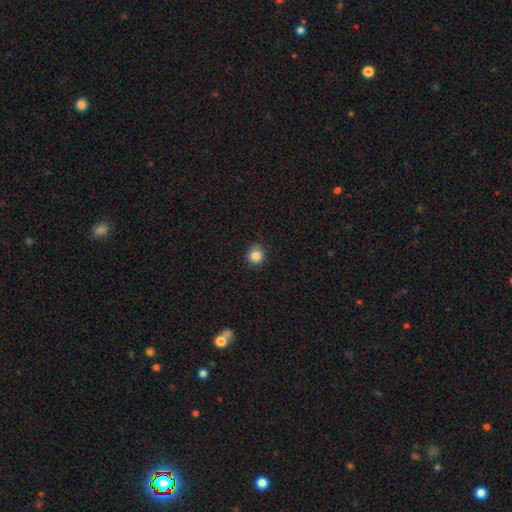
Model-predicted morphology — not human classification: Smooth or featured? Predicted: smooth (p=0.85). How rounded? Predicted: round (p=0.89). Merging? Predicted: none (p=0.84).